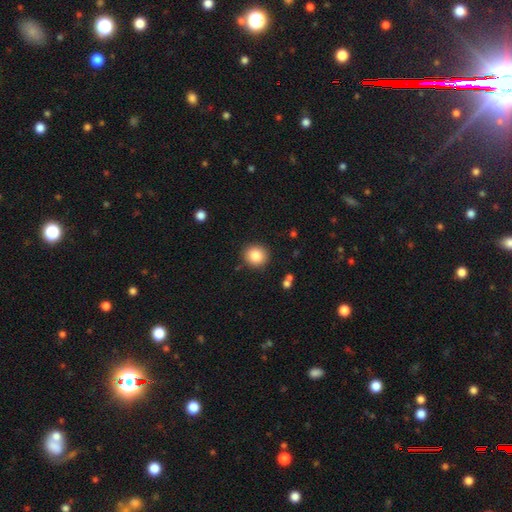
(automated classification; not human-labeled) Q: Smooth or featured?
A: smooth (84%); runner-up: star or artifact (9%)
Q: How rounded?
A: round (89%); runner-up: in between (10%)
Q: Merging?
A: none (89%); runner-up: minor disturbance (7%)